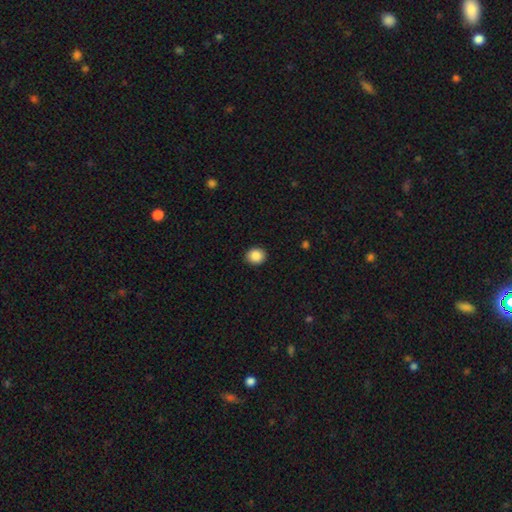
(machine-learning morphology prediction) Smooth or featured: smooth — 88% (star or artifact — 9%)
How rounded: round — 75% (in between — 24%)
Merging: none — 91% (minor disturbance — 6%)